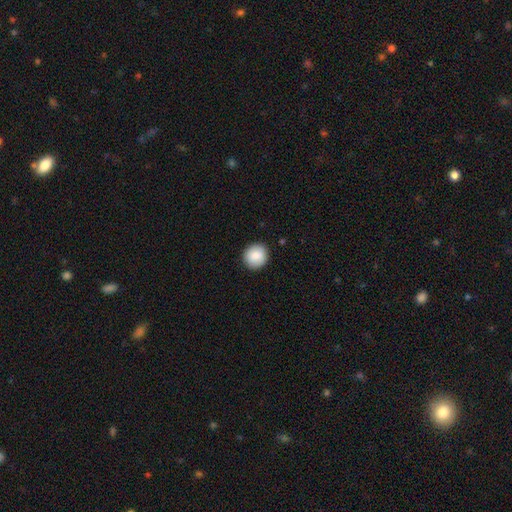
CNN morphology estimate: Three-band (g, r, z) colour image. It shows a smooth galaxy with no disk features (87%) that is round (88%). Merging: none (91%).